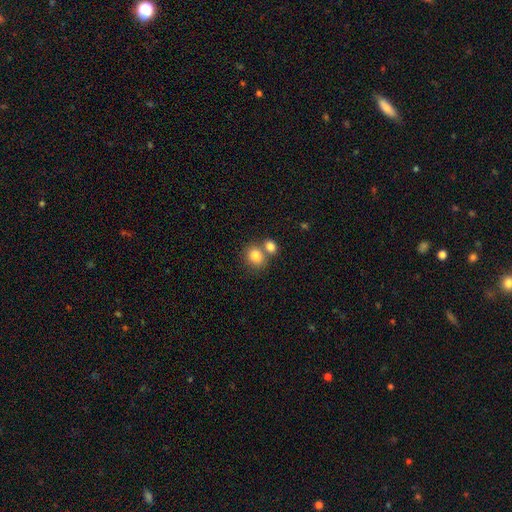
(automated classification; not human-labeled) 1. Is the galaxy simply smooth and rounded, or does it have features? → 82% smooth, 10% star or artifact, 8% featured or disk.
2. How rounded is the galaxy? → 72% round, 27% in between, 1% cigar-shaped.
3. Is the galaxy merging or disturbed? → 51% none, 38% merger, 8% minor disturbance, 3% major disturbance.